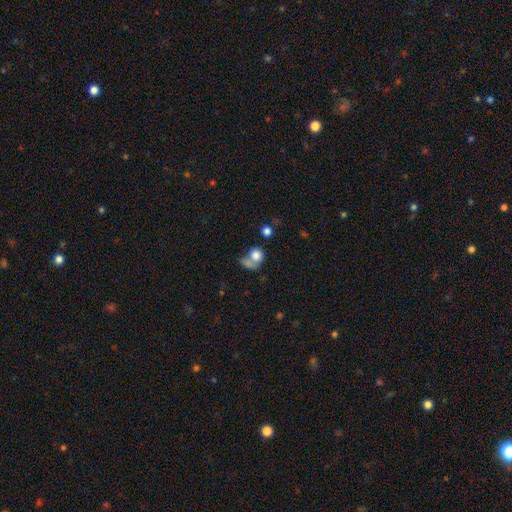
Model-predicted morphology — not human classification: The model was most divided on "merging": merger: 44%, none: 34%, major disturbance: 11%, minor disturbance: 11%. More confident: smooth or featured — smooth (78%); how rounded — round (69%).